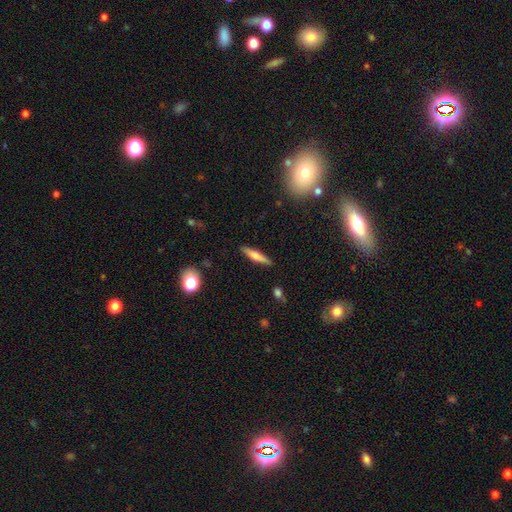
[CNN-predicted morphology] Smooth or featured?
  - smooth: 54% *
  - featured or disk: 39%
  - star or artifact: 7%
How rounded?
  - cigar-shaped: 84% *
  - in between: 13%
  - round: 2%
Merging?
  - none: 89% *
  - minor disturbance: 8%
  - major disturbance: 2%
  - merger: 1%